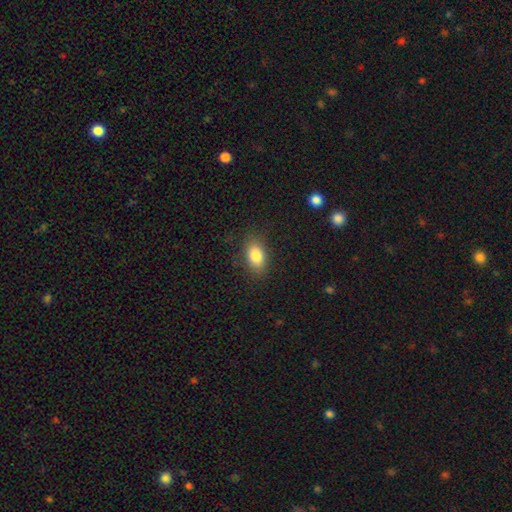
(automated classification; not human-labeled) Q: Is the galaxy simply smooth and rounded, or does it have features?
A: smooth — 83%.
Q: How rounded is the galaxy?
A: in between — 87%.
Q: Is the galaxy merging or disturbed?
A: none — 84%.